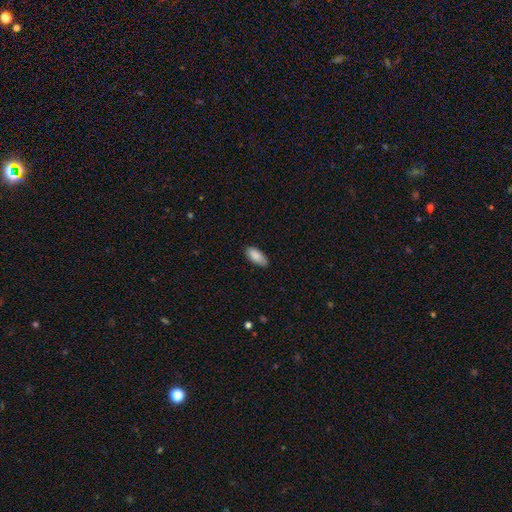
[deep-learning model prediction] smooth 89%, star or artifact 6%, featured or disk 5%. Down the decision tree: how rounded — in between (88%); merging — none (82%).